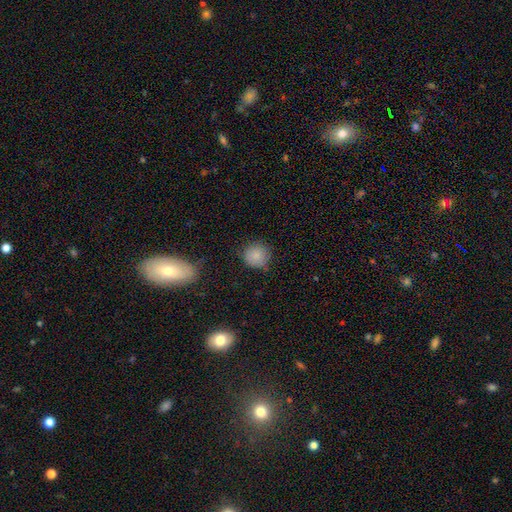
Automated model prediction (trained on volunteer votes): The model was most divided on "merging": none: 80%, minor disturbance: 15%, major disturbance: 3%, merger: 2%. More confident: how rounded — round (92%); smooth or featured — smooth (84%).